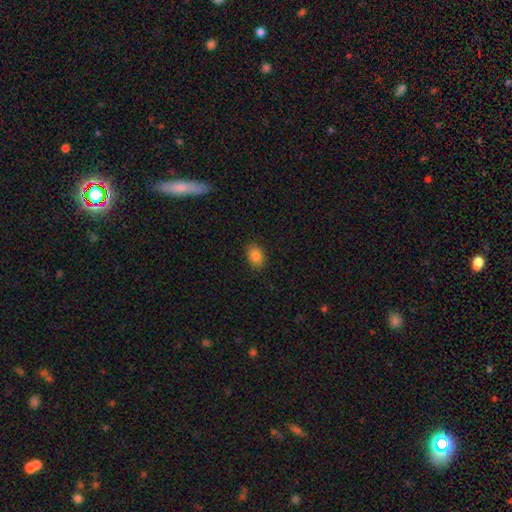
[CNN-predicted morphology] Smooth or featured? smooth (86%)
How rounded? in between (79%)
Merging? none (87%)